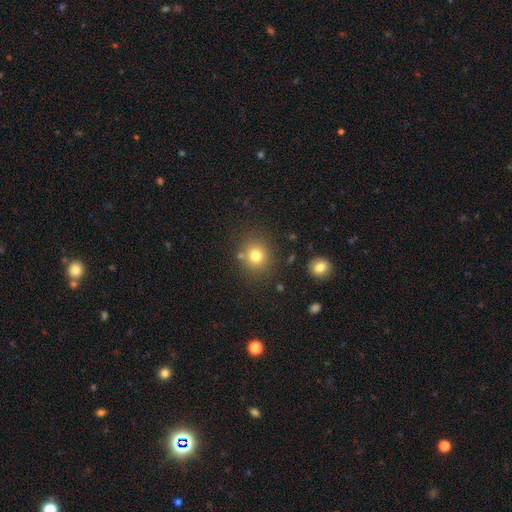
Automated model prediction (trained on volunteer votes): Morphology: type=smooth (77%); roundness=round (85%); merging=none (80%).